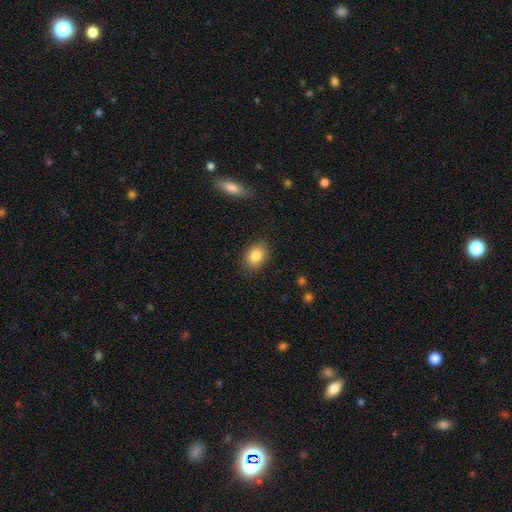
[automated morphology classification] Smooth or featured? smooth (85%)
How rounded? in between (67%)
Merging? none (83%)